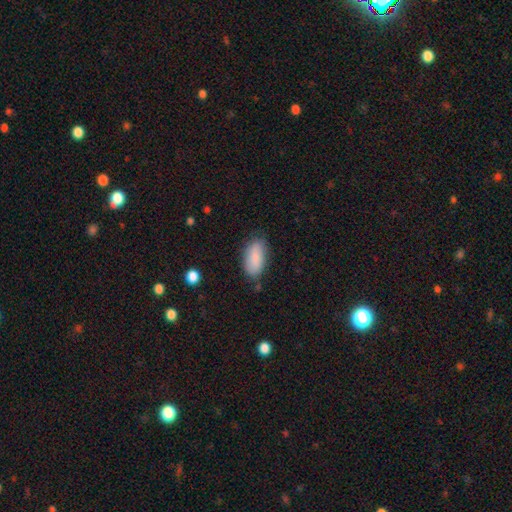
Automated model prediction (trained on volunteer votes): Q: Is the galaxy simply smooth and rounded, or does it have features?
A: smooth — 85%.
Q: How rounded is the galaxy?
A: in between — 89%.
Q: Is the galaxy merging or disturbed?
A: none — 74%.